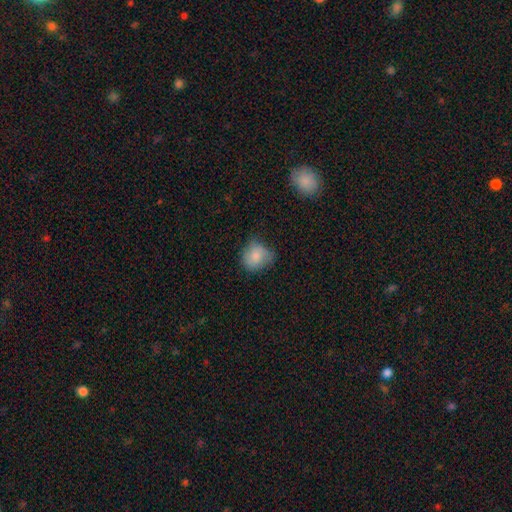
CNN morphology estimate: Smooth or featured?
  - smooth: 80% *
  - featured or disk: 12%
  - star or artifact: 8%
How rounded?
  - round: 72% *
  - in between: 27%
  - cigar-shaped: 1%
Merging?
  - none: 55% *
  - minor disturbance: 34%
  - major disturbance: 9%
  - merger: 2%